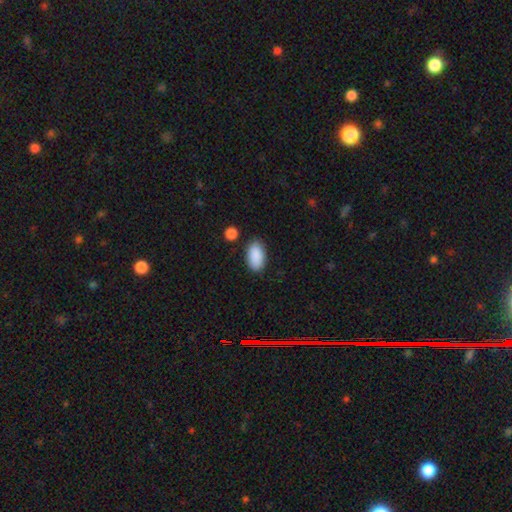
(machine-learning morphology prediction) A smooth galaxy with no disk features (90%) that is in between round and cigar-shaped (94%). Merging: none (83%).